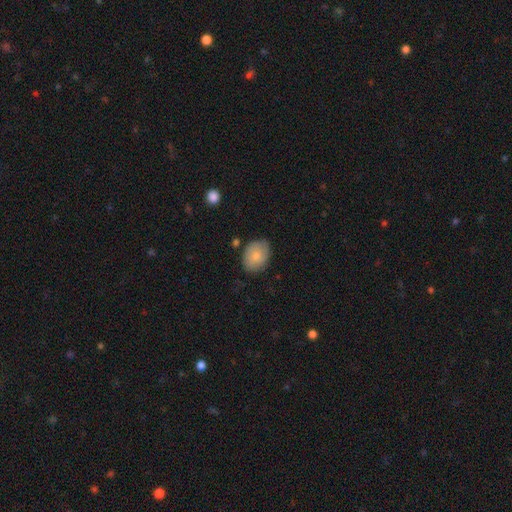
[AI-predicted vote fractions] This is clearly a smooth galaxy (80%). How rounded: likely in between (68%). Merging: likely none (77%).